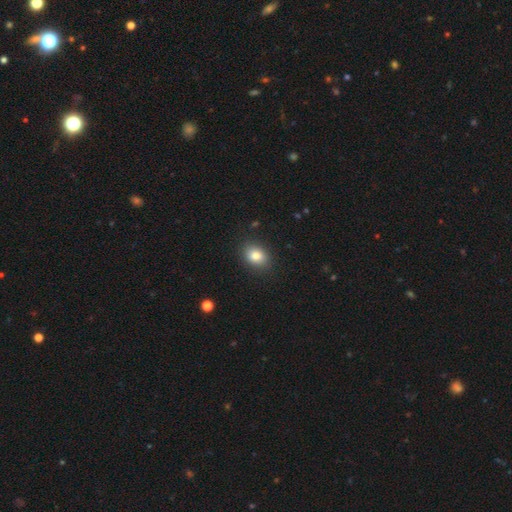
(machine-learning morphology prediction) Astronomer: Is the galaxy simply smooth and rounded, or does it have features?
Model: smooth — 83%.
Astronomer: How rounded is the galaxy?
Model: in between — 58% (runner-up: round, 41%).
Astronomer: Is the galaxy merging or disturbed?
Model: none — 87%.